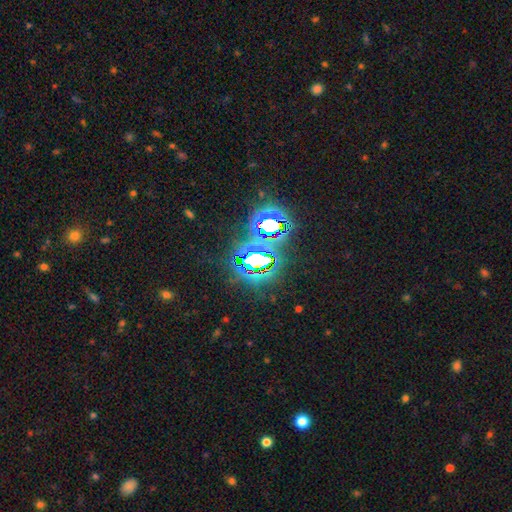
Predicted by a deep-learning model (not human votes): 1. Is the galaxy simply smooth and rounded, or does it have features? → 79% star or artifact, 13% smooth, 9% featured or disk.